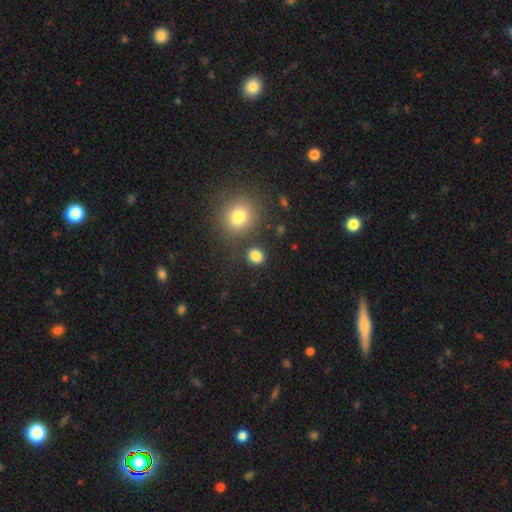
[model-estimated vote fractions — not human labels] A smooth galaxy with no disk features (83%) that is round (75%). Merging: none (82%).